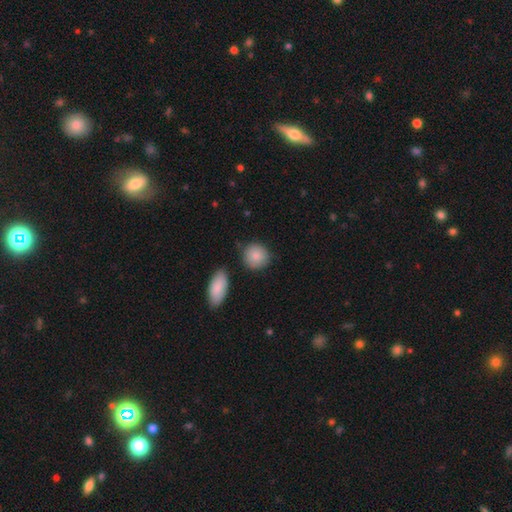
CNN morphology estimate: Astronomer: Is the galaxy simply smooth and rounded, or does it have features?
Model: smooth — 87%.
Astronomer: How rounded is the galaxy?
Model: round — 86%.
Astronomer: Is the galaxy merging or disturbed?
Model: none — 81%.